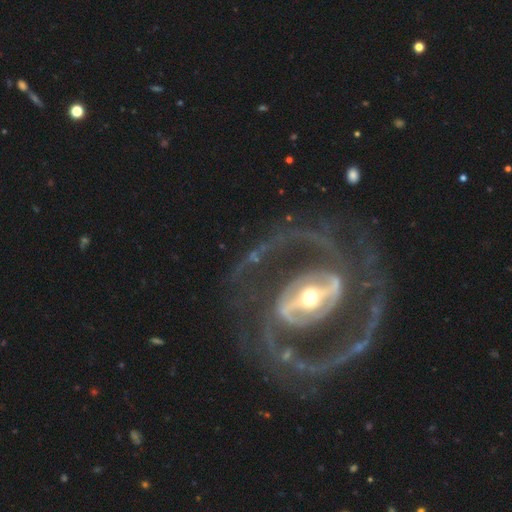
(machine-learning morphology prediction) Smooth or featured: featured or disk — 91% (star or artifact — 5%)
Edge-on disk: no — 97% (yes — 3%)
Bar: strong — 66% (weak — 24%)
Spiral arms: yes — 95% (no — 5%)
Spiral winding: medium — 52% (tight — 33%)
Spiral arm count: 2 — 84% (can't tell — 5%)
Bulge size: moderate — 58% (small — 29%)
Merging: none — 73% (major disturbance — 13%)